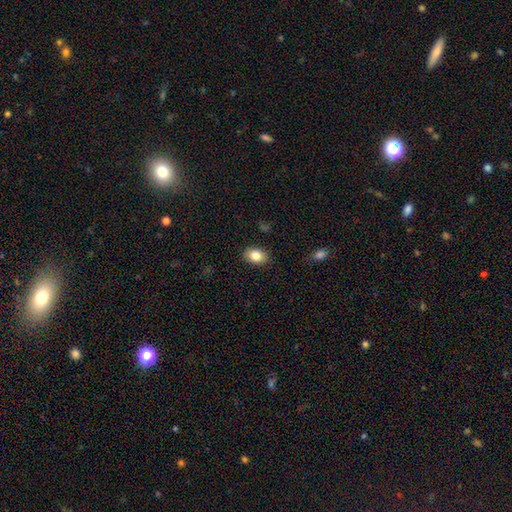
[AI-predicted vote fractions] A smooth galaxy with no disk features (84%) that is in between round and cigar-shaped (78%).

Vote fractions:
- Smooth or featured? smooth: 84% / star or artifact: 8% / featured or disk: 8%
- How rounded? in between: 78% / round: 21% / cigar-shaped: 1%
- Merging? none: 88% / minor disturbance: 9% / major disturbance: 2% / merger: 1%